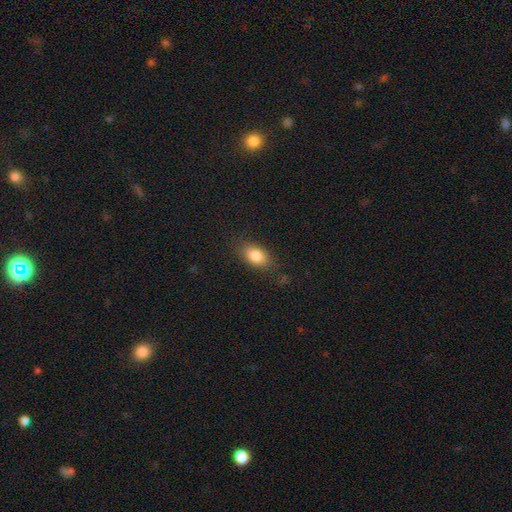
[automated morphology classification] Smooth or featured: smooth — 84% (star or artifact — 8%)
How rounded: in between — 86% (round — 10%)
Merging: none — 82% (minor disturbance — 13%)